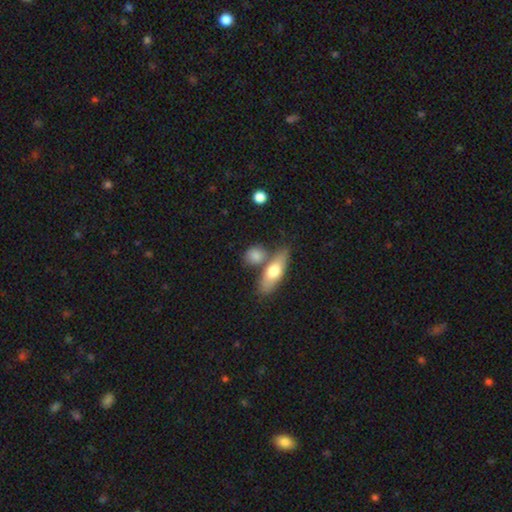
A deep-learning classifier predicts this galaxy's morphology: type=smooth (77%); roundness=in between (47%); merging=none (59%).